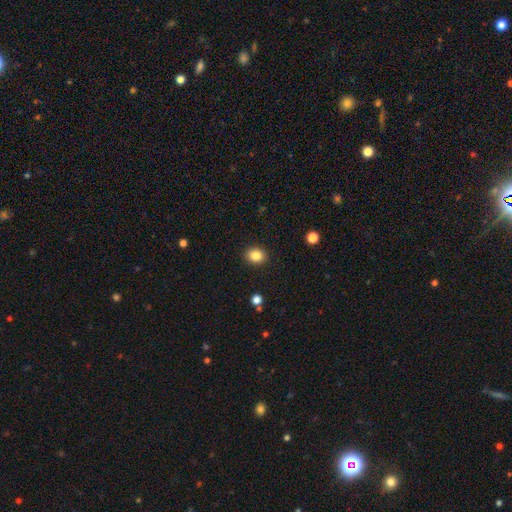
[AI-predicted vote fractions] smooth 85%, star or artifact 9%, featured or disk 5%. Down the decision tree: how rounded — round (51%); merging — none (90%).